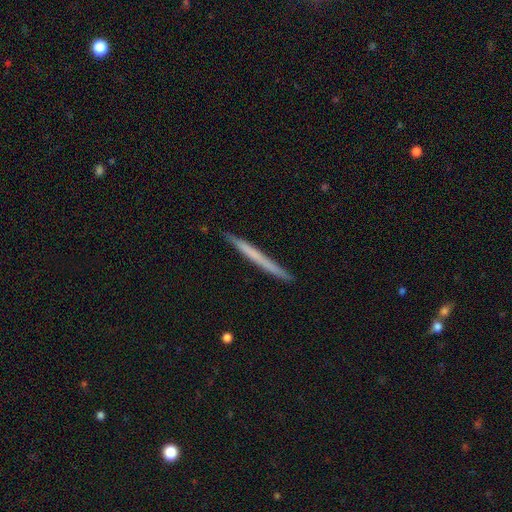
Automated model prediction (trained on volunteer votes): Q: Smooth or featured?
A: smooth (51%); runner-up: featured or disk (44%)
Q: How rounded?
A: cigar-shaped (97%); runner-up: in between (1%)
Q: Merging?
A: none (90%); runner-up: minor disturbance (7%)